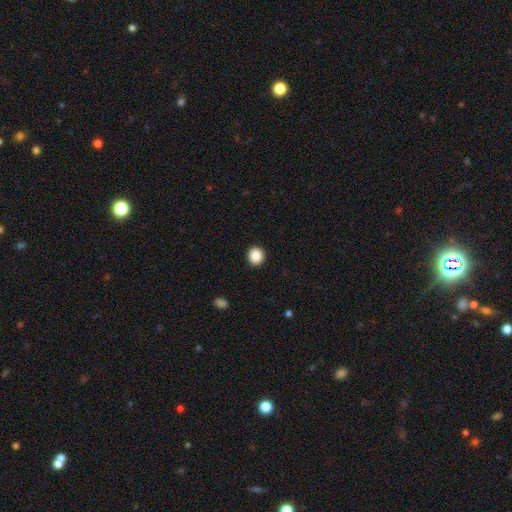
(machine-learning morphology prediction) A smooth galaxy with no disk features (89%) that is round (85%). Merging: none (92%).